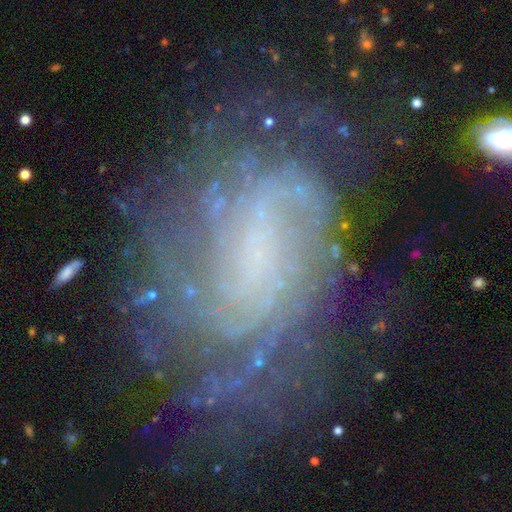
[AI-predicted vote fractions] Smooth or featured? featured or disk (83%)
Edge-on disk? no (97%)
Bar? no (48%)
Spiral arms? yes (94%)
Spiral winding? tight (55%)
Spiral arm count? can't tell (39%)
Bulge size? none (48%)
Merging? none (64%)